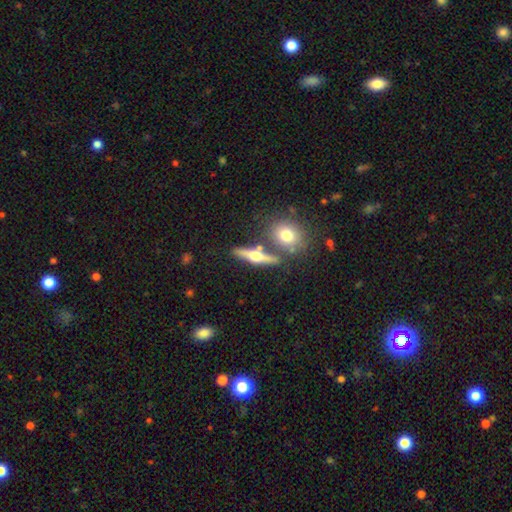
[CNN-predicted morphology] This is likely a featured or disk galaxy (66%). It is clearly viewed edge-on (93%). Edge-on bulge: clearly rounded (96%). Merging: likely none (74%).